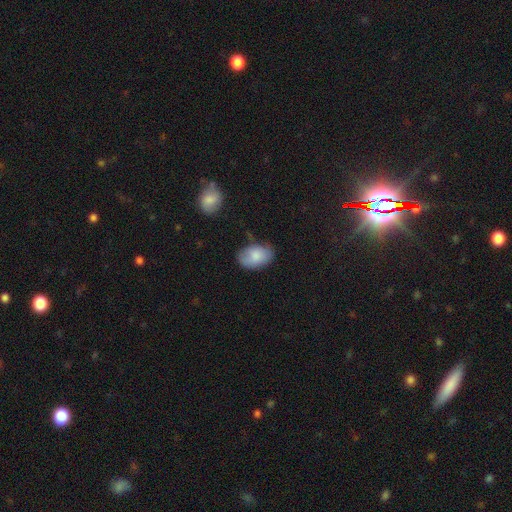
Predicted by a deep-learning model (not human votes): The model was most divided on "merging": none: 65%, minor disturbance: 26%, major disturbance: 6%, merger: 3%. More confident: how rounded — in between (90%); smooth or featured — smooth (81%).